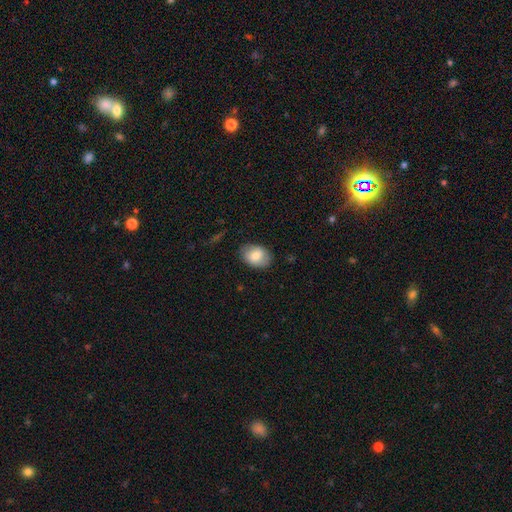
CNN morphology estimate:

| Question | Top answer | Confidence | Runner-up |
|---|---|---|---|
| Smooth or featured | smooth | 78% | featured or disk (15%) |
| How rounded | in between | 76% | round (23%) |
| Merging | none | 83% | minor disturbance (13%) |